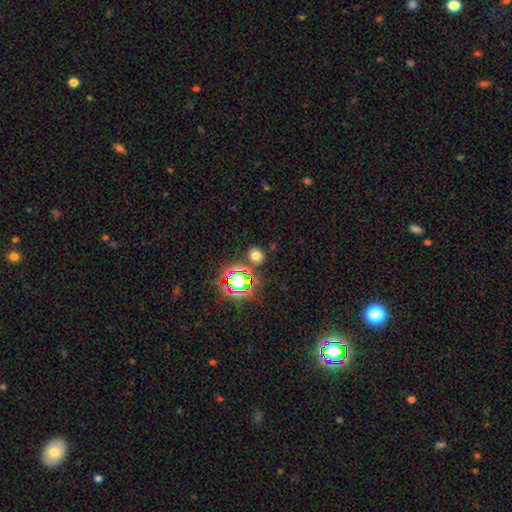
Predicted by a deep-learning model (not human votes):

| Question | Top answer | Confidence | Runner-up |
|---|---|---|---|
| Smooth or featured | smooth | 66% | star or artifact (26%) |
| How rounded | round | 67% | in between (32%) |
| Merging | none | 80% | minor disturbance (9%) |